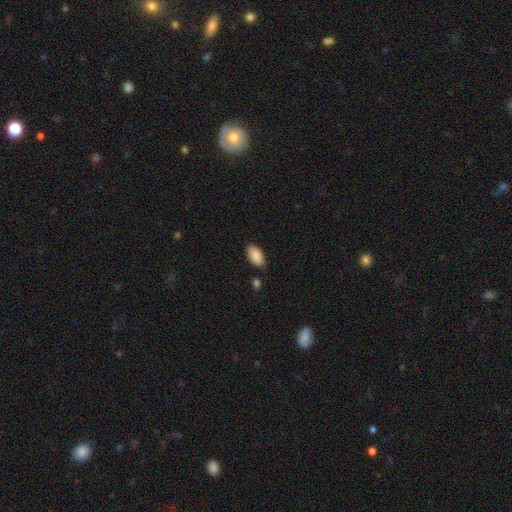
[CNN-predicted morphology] Smooth or featured? smooth (89%)
How rounded? in between (94%)
Merging? none (79%)